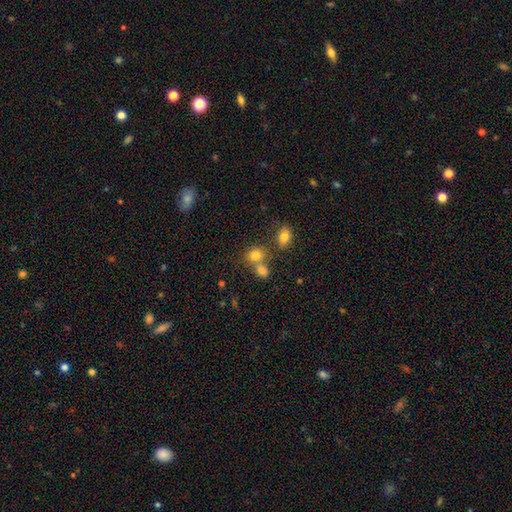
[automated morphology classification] smooth-or-featured: smooth: 78% | star or artifact: 13% | featured or disk: 9%
  how-rounded: round: 57% | in between: 42% | cigar-shaped: 1%
  merging: none: 48% | merger: 38% | minor disturbance: 10% | major disturbance: 4%